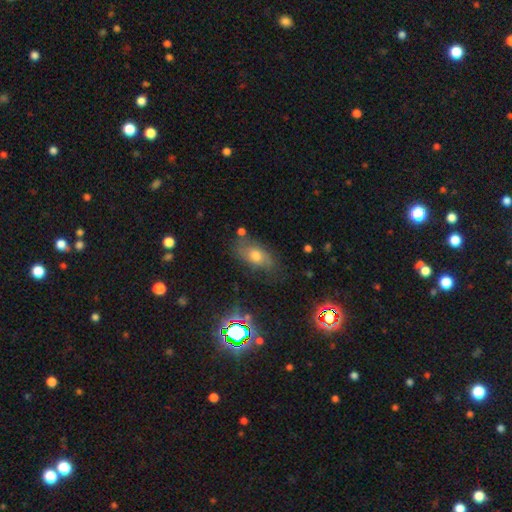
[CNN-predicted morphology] Smooth or featured? smooth (58%)
How rounded? in between (83%)
Merging? none (67%)